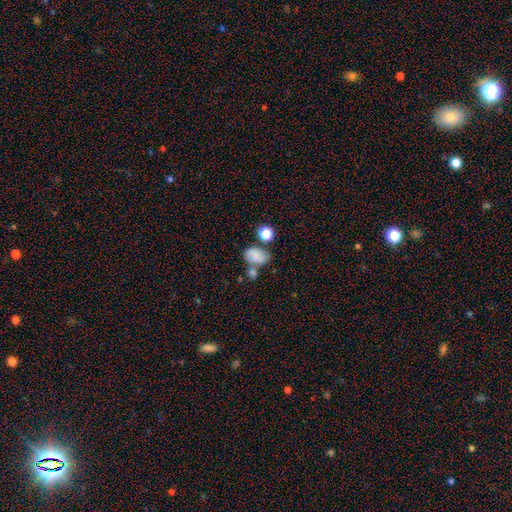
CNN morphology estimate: Overall: smooth (72%). How rounded: in between (79%). Merging: none (40%; merger 31%).